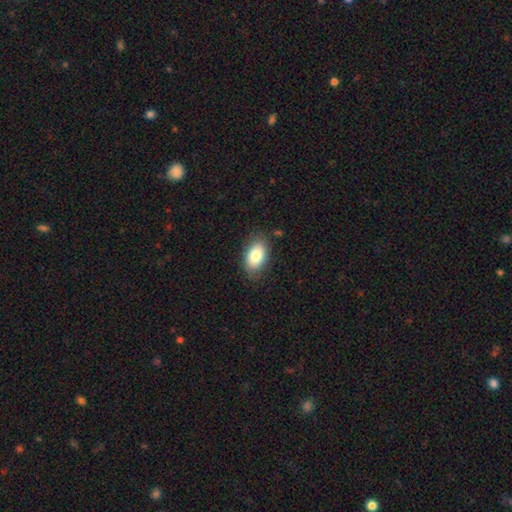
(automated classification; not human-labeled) The model was most divided on "smooth or featured": smooth: 80%, featured or disk: 12%, star or artifact: 7%. More confident: how rounded — in between (91%); merging — none (82%).